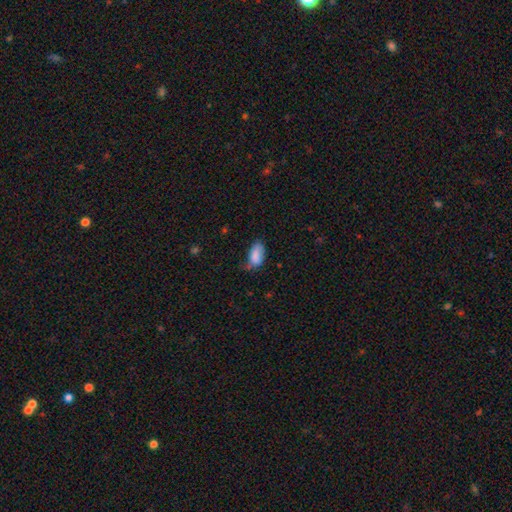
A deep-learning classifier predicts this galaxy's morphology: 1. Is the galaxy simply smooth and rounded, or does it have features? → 82% smooth, 10% featured or disk, 8% star or artifact.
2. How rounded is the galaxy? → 92% in between, 4% cigar-shaped, 4% round.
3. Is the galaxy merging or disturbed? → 39% none (tied), 39% minor disturbance (tied), 18% major disturbance, 4% merger.